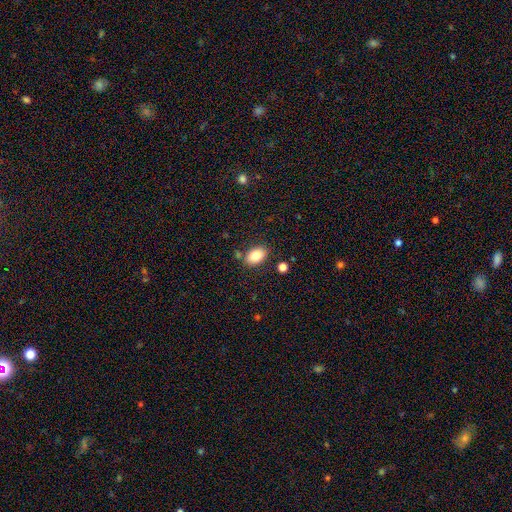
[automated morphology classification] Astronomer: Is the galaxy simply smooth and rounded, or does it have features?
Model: smooth — 84%.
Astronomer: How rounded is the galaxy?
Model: in between — 86%.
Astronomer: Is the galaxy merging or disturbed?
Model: none — 81%.